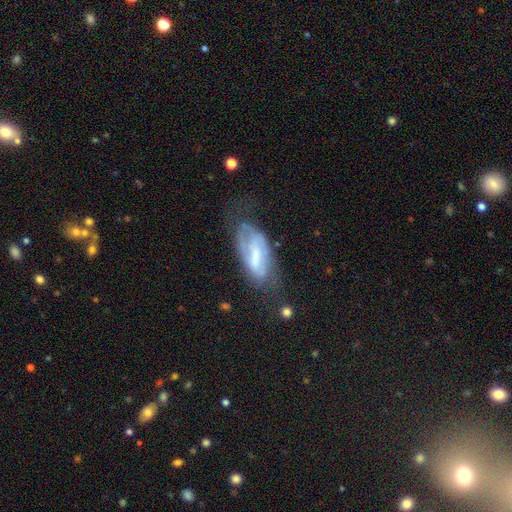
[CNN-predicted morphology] This is possibly a featured or disk galaxy (59%). It is clearly not viewed edge-on (88%). Bar: marginally strong (43%). Spiral arm pattern: likely yes (64%). Central bulge: marginally small (31%). Merging: possibly none (46%).